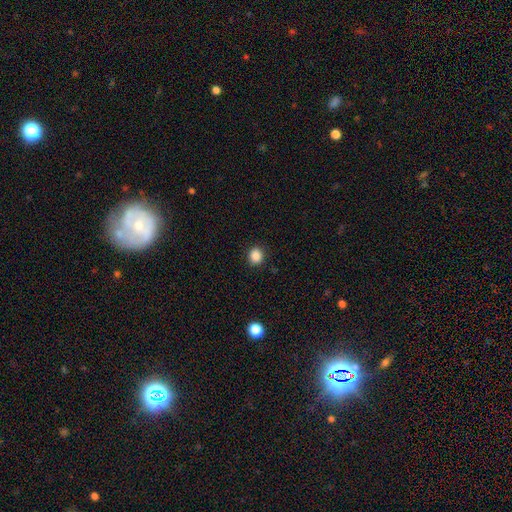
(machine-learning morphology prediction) smooth-or-featured: smooth: 87% | star or artifact: 10% | featured or disk: 3%
  how-rounded: round: 82% | in between: 17% | cigar-shaped: 1%
  merging: none: 91% | minor disturbance: 6% | major disturbance: 2% | merger: 1%